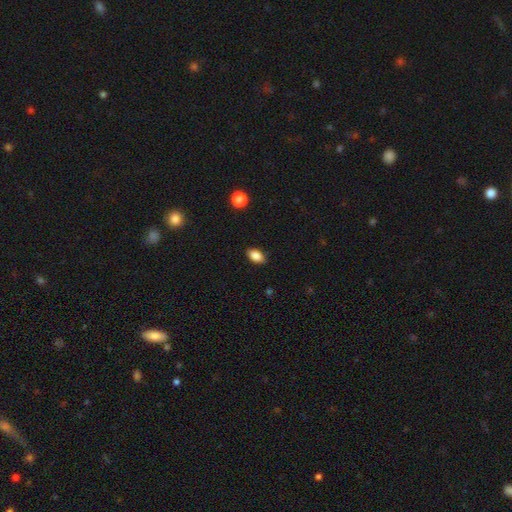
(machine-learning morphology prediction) Smooth or featured: smooth — 87% (star or artifact — 8%)
How rounded: in between — 89% (round — 9%)
Merging: none — 86% (minor disturbance — 11%)